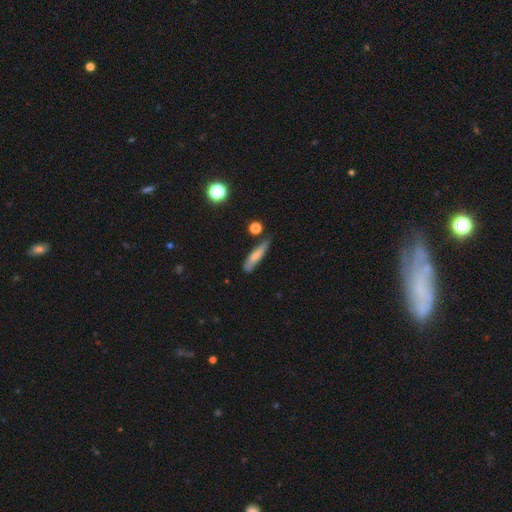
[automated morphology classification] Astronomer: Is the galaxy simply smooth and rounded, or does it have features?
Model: smooth — 71%.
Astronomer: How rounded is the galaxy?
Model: cigar-shaped — 79%.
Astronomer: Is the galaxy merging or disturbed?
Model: none — 70%.